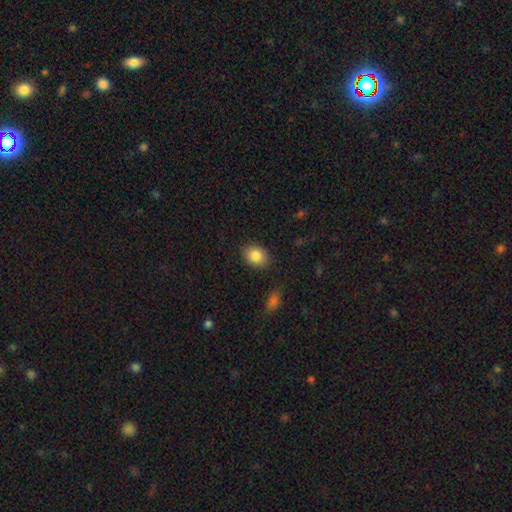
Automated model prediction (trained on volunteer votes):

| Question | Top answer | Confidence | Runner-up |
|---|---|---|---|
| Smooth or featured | smooth | 86% | star or artifact (8%) |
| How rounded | in between | 61% | round (38%) |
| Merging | none | 85% | minor disturbance (10%) |